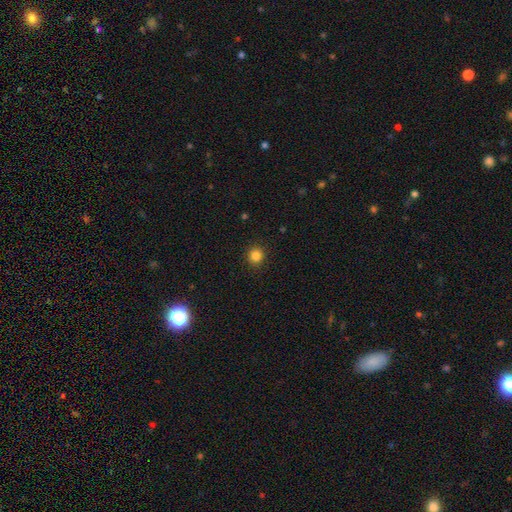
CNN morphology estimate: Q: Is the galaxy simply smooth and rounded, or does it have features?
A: smooth — 83%.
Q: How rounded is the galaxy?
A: round — 92%.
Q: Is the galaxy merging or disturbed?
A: none — 92%.